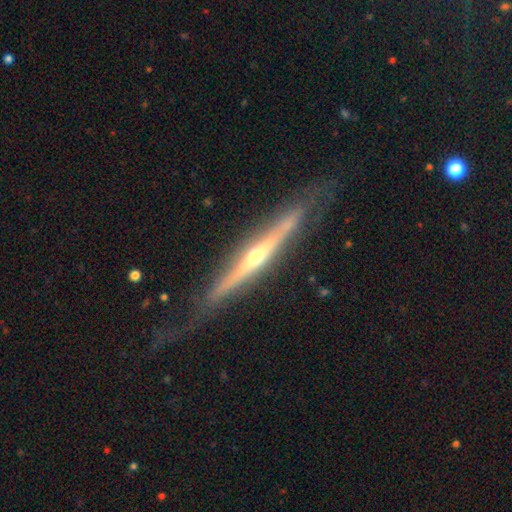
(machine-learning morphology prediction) smooth-or-featured: featured or disk: 82% | smooth: 13% | star or artifact: 5%
  disk-edge-on: yes: 93% | no: 7%
    edge-on-bulge: rounded: 80% | none: 16% | boxy: 3%
  merging: none: 70% | minor disturbance: 21% | major disturbance: 8% | merger: 2%